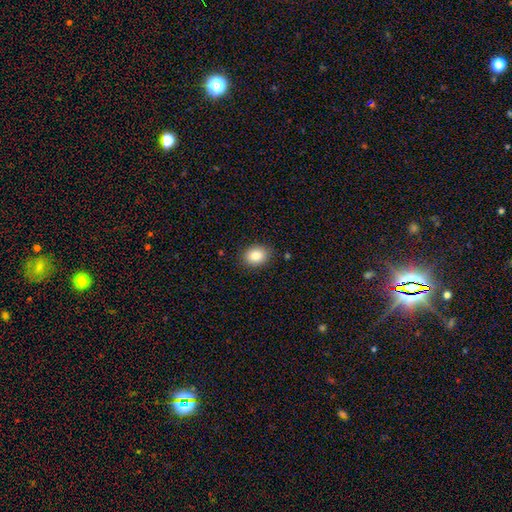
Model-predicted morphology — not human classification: Overall: smooth (84%). How rounded: in between (55%; round 44%). Merging: none (86%).